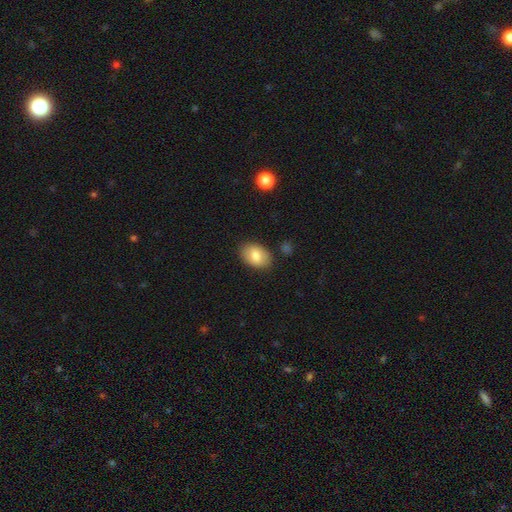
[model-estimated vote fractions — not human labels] The model was most divided on "smooth or featured": smooth: 79%, featured or disk: 15%, star or artifact: 7%. More confident: how rounded — in between (87%); merging — none (84%).